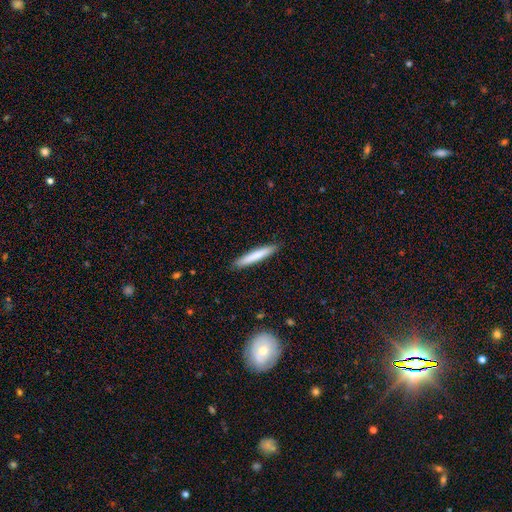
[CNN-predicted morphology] This is likely a smooth galaxy (76%). How rounded: clearly cigar-shaped (94%). Merging: clearly none (90%).